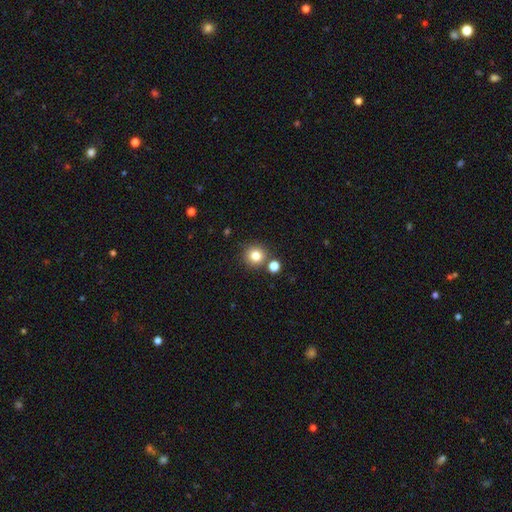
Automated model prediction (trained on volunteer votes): A smooth galaxy with no disk features (81%) that is round (93%).

Vote fractions:
- Smooth or featured? smooth: 81% / star or artifact: 12% / featured or disk: 7%
- How rounded? round: 93% / in between: 6% / cigar-shaped: 1%
- Merging? none: 80% / merger: 10% / minor disturbance: 7% / major disturbance: 3%